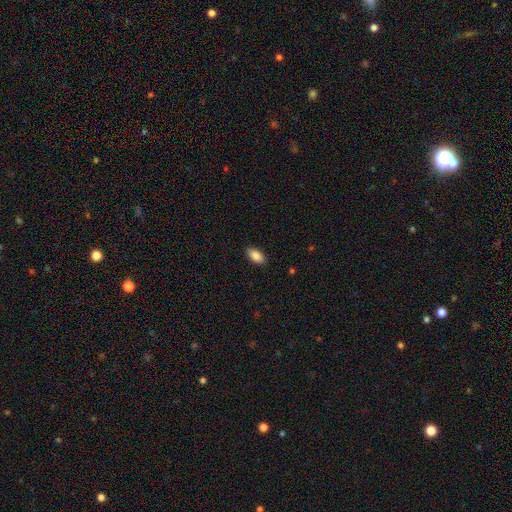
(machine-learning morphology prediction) Q: Smooth or featured?
A: smooth (88%); runner-up: star or artifact (7%)
Q: How rounded?
A: in between (93%); runner-up: round (3%)
Q: Merging?
A: none (88%); runner-up: minor disturbance (9%)